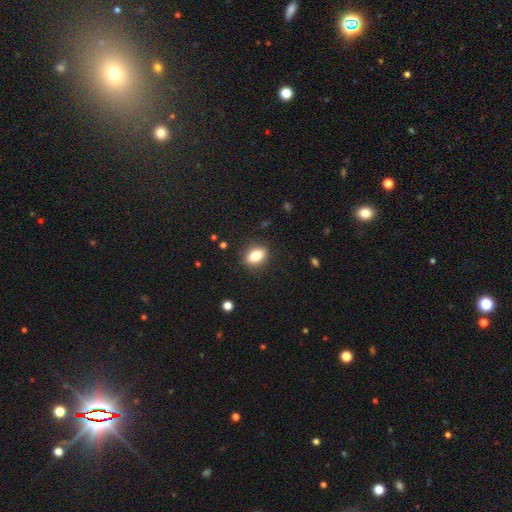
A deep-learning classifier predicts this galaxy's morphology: Smooth or featured? smooth (80%)
How rounded? in between (78%)
Merging? none (87%)